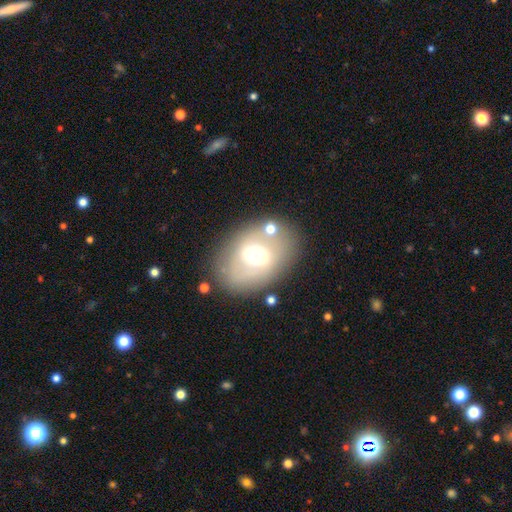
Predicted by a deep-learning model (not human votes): Overall: smooth (46%; featured or disk 44%). Merging: none (74%).